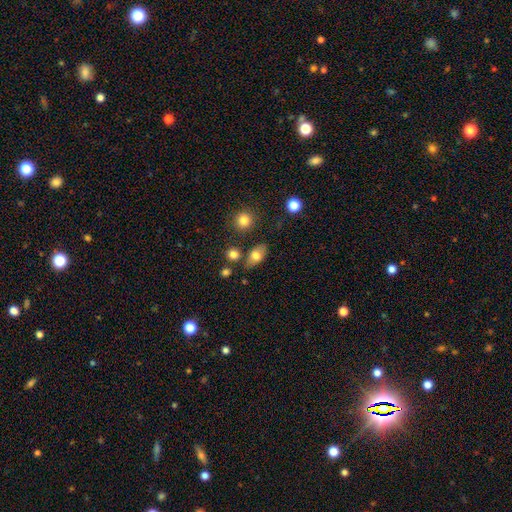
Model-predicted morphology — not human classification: This is likely a smooth galaxy (75%). How rounded: clearly in between (82%). Merging: likely none (73%).